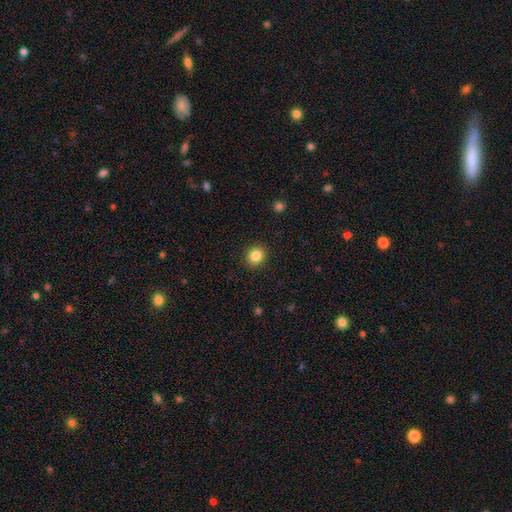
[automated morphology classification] Smooth or featured? Predicted: smooth (p=0.85). How rounded? Predicted: round (p=0.84). Merging? Predicted: none (p=0.91).